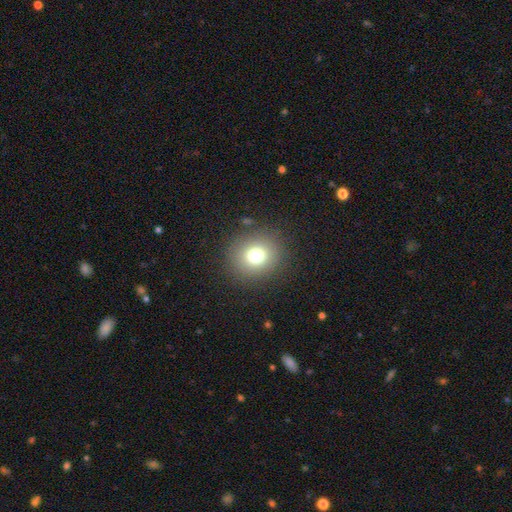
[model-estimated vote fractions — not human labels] Smooth or featured?
  - smooth: 74% *
  - star or artifact: 15%
  - featured or disk: 11%
How rounded?
  - round: 85% *
  - in between: 14%
  - cigar-shaped: 1%
Merging?
  - none: 87% *
  - minor disturbance: 7%
  - major disturbance: 4%
  - merger: 2%